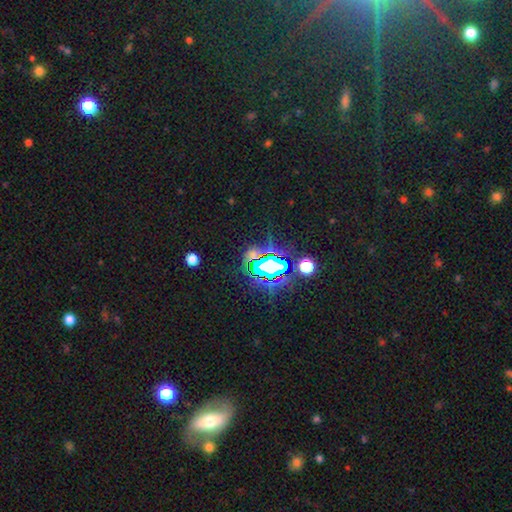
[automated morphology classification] star or artifact 71%, smooth 17%, featured or disk 12%.